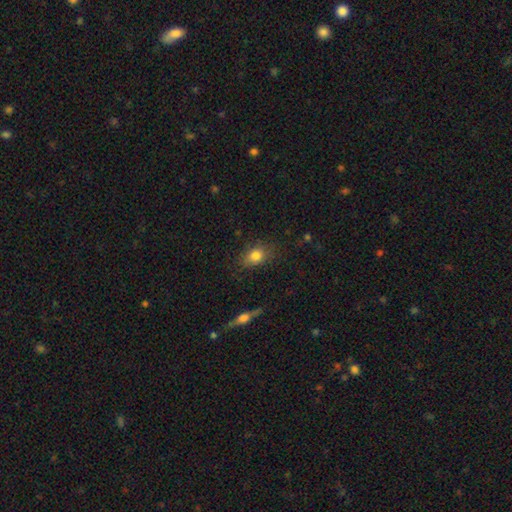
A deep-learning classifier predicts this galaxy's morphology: type=smooth (81%); roundness=in between (71%); merging=none (76%).